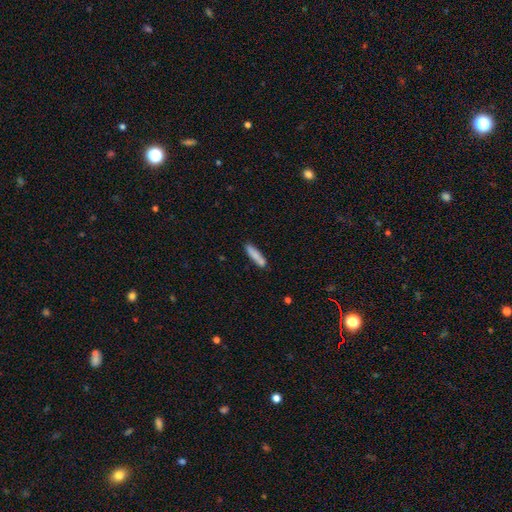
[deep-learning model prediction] Smooth or featured? Predicted: smooth (p=0.82). How rounded? Predicted: cigar-shaped (p=0.80). Merging? Predicted: none (p=0.76).